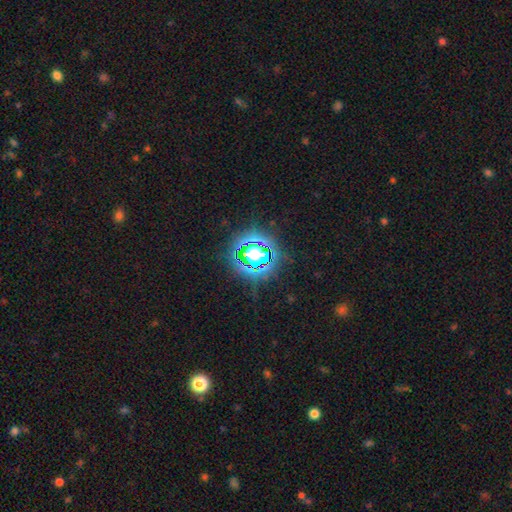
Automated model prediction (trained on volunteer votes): smooth-or-featured: star or artifact: 70% | smooth: 19% | featured or disk: 11%